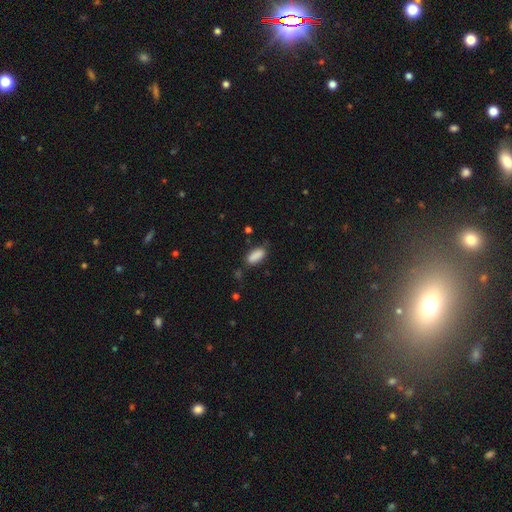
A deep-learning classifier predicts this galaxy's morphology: smooth_or_featured: smooth (p=0.88) [alt: star or artifact p=0.08]
how_rounded: in between (p=0.82) [alt: cigar-shaped p=0.16]
merging: none (p=0.76) [alt: minor disturbance p=0.17]